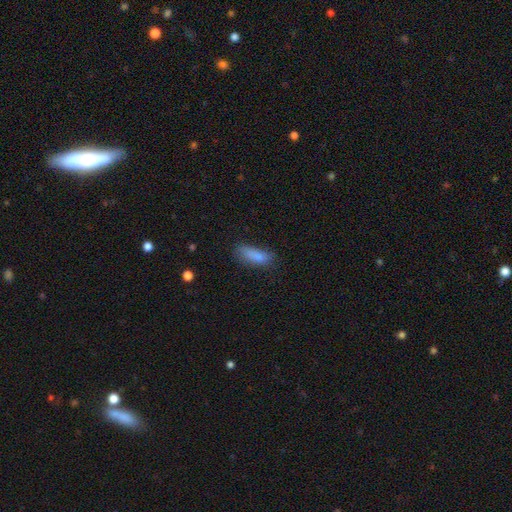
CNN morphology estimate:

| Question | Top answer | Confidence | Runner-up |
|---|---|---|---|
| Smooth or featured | smooth | 82% | featured or disk (9%) |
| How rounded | in between | 61% | cigar-shaped (36%) |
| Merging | none | 61% | minor disturbance (27%) |